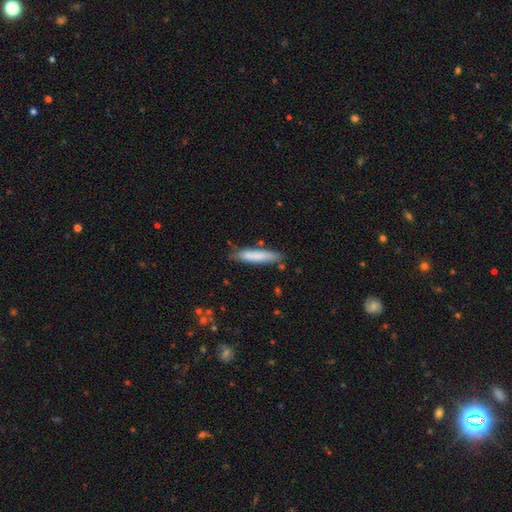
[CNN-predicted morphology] Smooth or featured? smooth (79%)
How rounded? cigar-shaped (86%)
Merging? none (78%)